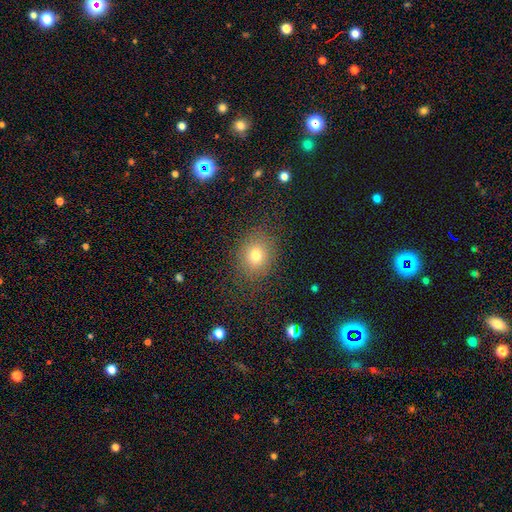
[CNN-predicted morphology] smooth-or-featured: smooth: 76% | star or artifact: 14% | featured or disk: 10%
  how-rounded: round: 68% | in between: 31% | cigar-shaped: 1%
  merging: none: 83% | minor disturbance: 10% | major disturbance: 5% | merger: 1%